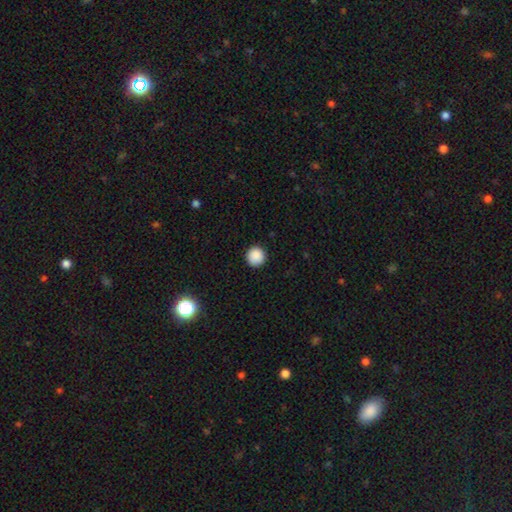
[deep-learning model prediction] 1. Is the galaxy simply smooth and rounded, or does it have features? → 89% smooth, 9% star or artifact, 2% featured or disk.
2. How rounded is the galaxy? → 96% round, 3% in between, 1% cigar-shaped.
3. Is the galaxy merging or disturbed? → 92% none, 5% minor disturbance, 2% major disturbance, 1% merger.